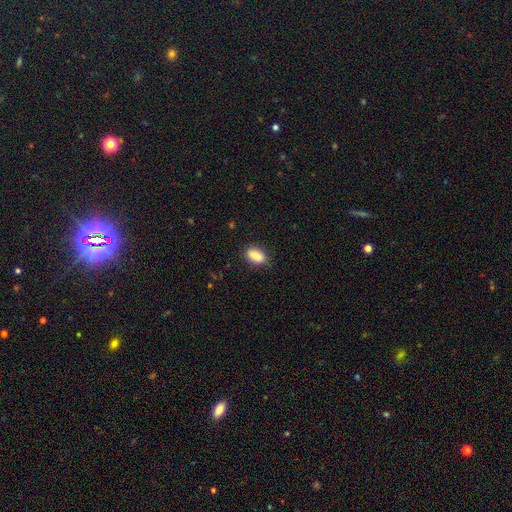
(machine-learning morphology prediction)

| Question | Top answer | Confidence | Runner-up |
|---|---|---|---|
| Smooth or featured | smooth | 88% | star or artifact (7%) |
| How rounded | in between | 88% | cigar-shaped (6%) |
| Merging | none | 82% | minor disturbance (14%) |